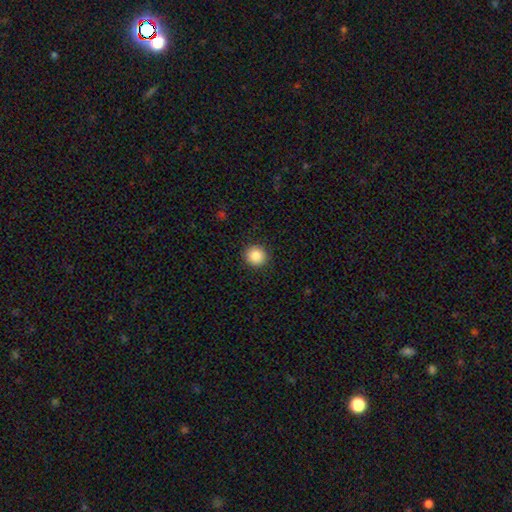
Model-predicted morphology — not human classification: A smooth galaxy with no disk features (86%) that is round (94%). Merging: none (92%).